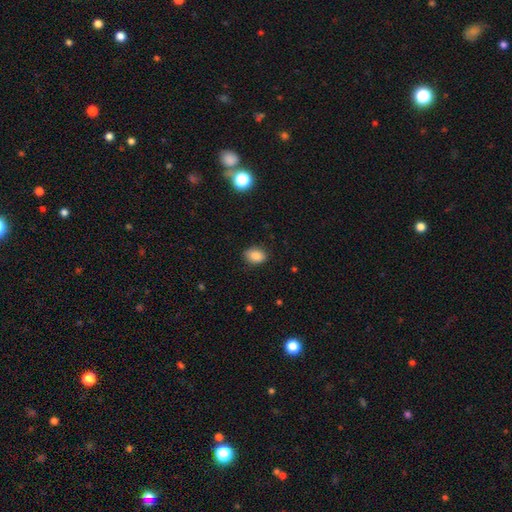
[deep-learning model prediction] Smooth or featured?
  - smooth: 86% *
  - star or artifact: 9%
  - featured or disk: 5%
How rounded?
  - in between: 73% *
  - round: 26%
  - cigar-shaped: 1%
Merging?
  - none: 85% *
  - minor disturbance: 11%
  - major disturbance: 2%
  - merger: 1%